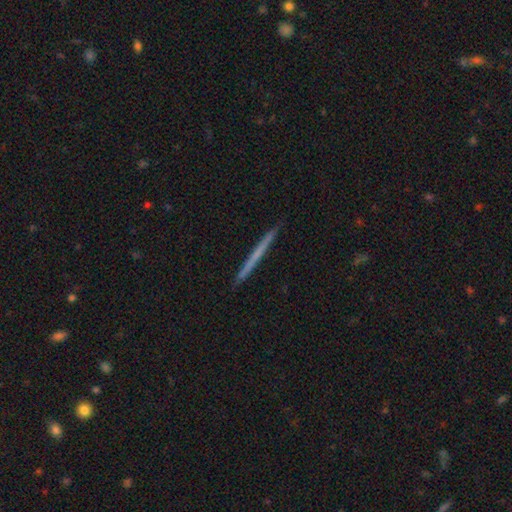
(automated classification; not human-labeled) smooth-or-featured: featured or disk: 47% (tied) | smooth: 47% (tied) | star or artifact: 6%
  merging: none: 92% | minor disturbance: 5% | major disturbance: 1% | merger: 1%